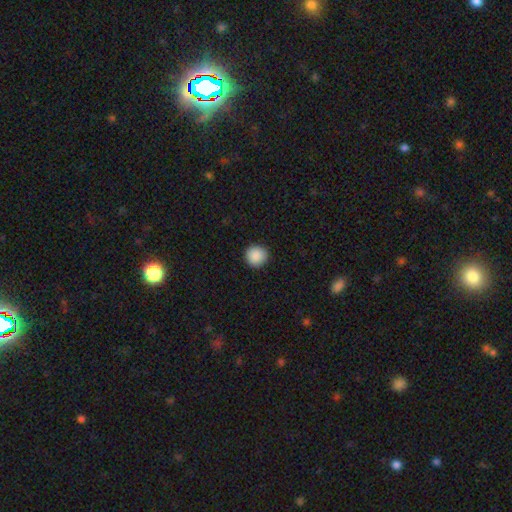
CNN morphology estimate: Smooth or featured? smooth (89%)
How rounded? round (95%)
Merging? none (92%)